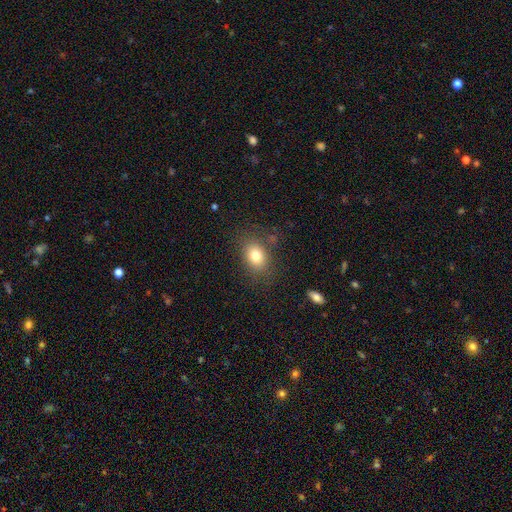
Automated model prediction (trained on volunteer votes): Smooth or featured? smooth (79%)
How rounded? in between (61%)
Merging? none (79%)